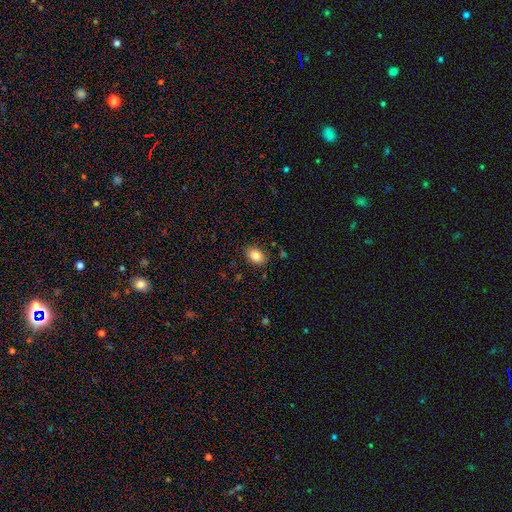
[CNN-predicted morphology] Overall: smooth (86%). How rounded: in between (72%). Merging: none (85%).